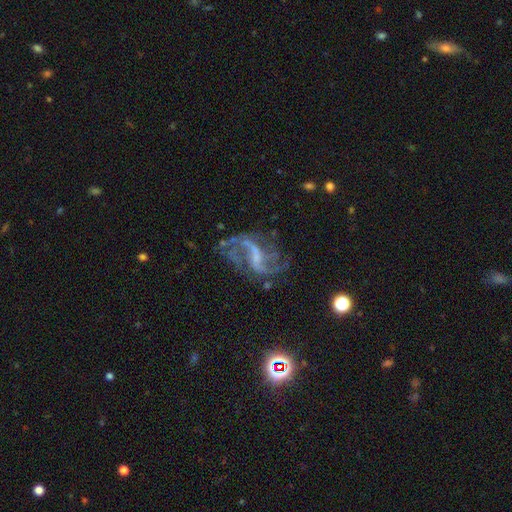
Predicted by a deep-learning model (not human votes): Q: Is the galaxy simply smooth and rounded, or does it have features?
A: featured or disk — 86%.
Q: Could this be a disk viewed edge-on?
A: no — 98%.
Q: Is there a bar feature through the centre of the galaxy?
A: weak — 47%.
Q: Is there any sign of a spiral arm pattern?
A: yes — 93%.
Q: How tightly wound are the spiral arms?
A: loose — 65%.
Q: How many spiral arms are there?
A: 2 — 70%.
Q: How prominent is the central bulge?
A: small — 41%.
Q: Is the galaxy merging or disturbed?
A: none — 57%.